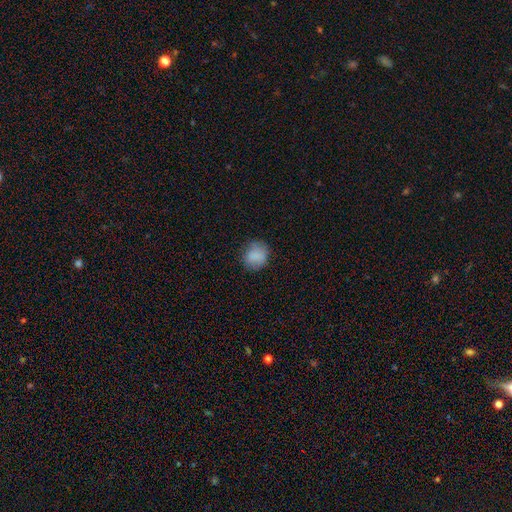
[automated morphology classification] type=smooth (84%); roundness=round (75%); merging=none (76%).